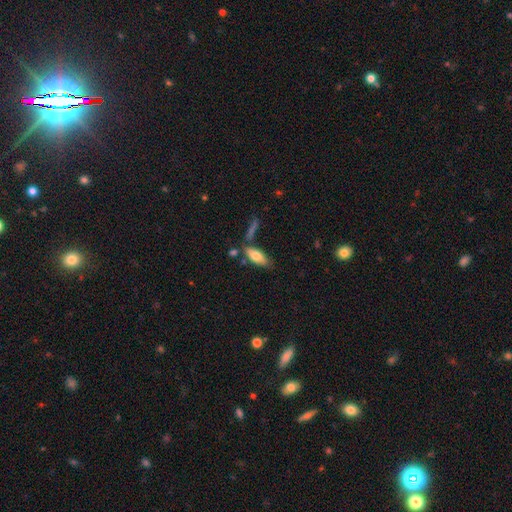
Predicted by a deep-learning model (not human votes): Smooth or featured? smooth (75%)
How rounded? in between (77%)
Merging? none (64%)